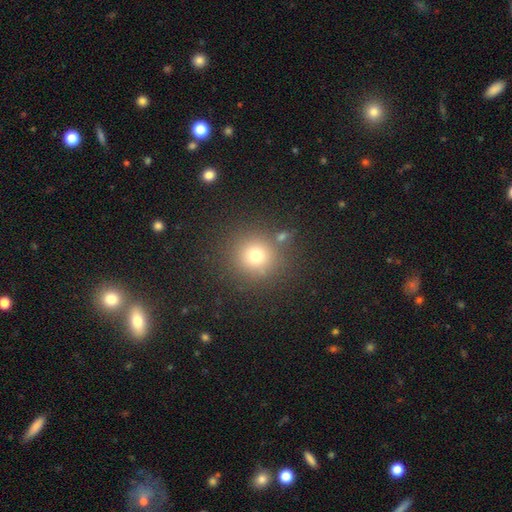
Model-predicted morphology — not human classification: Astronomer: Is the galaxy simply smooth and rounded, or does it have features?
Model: smooth — 73%.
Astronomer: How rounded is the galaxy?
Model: round — 93%.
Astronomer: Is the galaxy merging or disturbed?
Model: none — 82%.